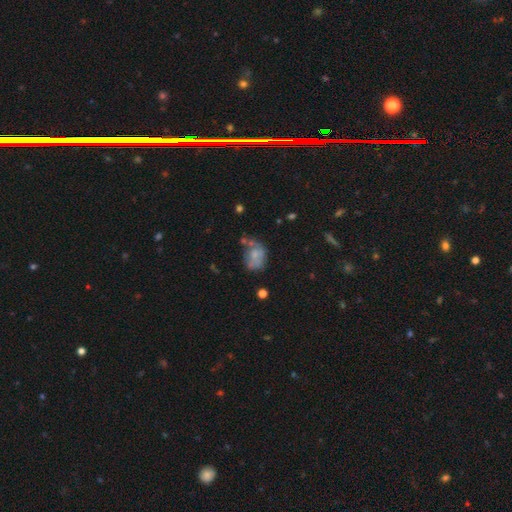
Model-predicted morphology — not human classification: smooth-or-featured: smooth: 51% | featured or disk: 39% | star or artifact: 10%
  how-rounded: in between: 65% | round: 34% | cigar-shaped: 1%
  merging: none: 36% | minor disturbance: 30% | major disturbance: 21% | merger: 13%